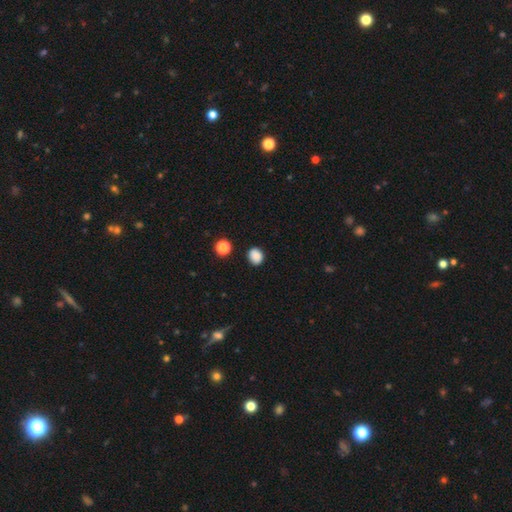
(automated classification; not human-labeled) Smooth or featured?
  - smooth: 86% *
  - star or artifact: 10%
  - featured or disk: 4%
How rounded?
  - round: 64% *
  - in between: 35%
  - cigar-shaped: 1%
Merging?
  - none: 86% *
  - minor disturbance: 10%
  - major disturbance: 2%
  - merger: 2%